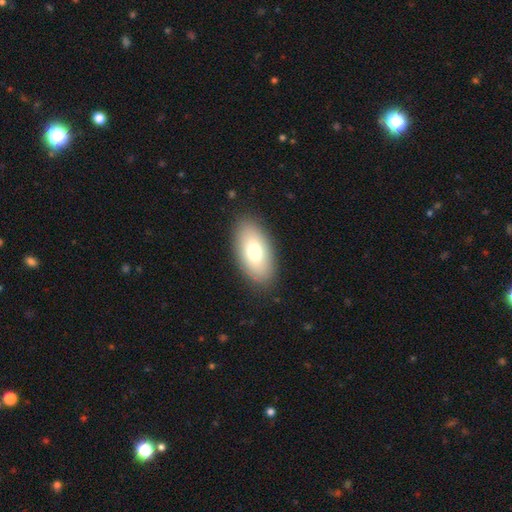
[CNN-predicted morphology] This appears to be a smooth galaxy with no disk features (73%) that is in between round and cigar-shaped (93%). Merging: none (88%).